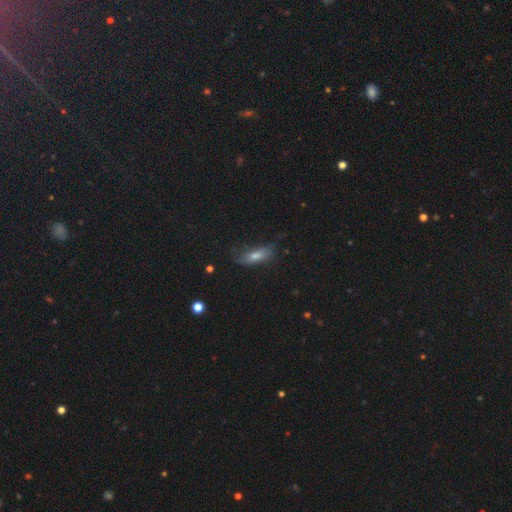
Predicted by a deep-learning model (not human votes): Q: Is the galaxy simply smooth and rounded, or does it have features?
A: smooth — 61%.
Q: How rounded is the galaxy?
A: in between — 60%.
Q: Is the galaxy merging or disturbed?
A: none — 62%.